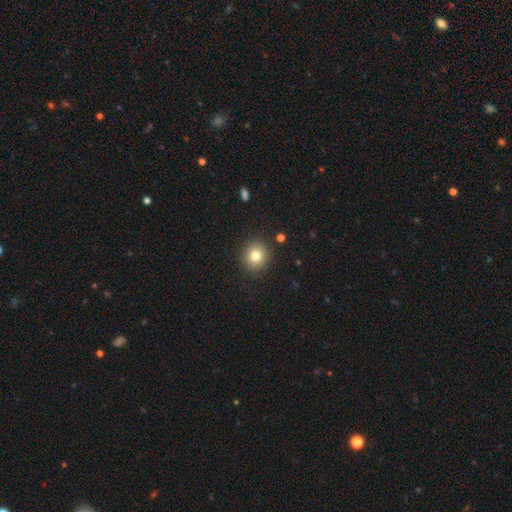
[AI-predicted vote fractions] smooth-or-featured: smooth: 80% | star or artifact: 11% | featured or disk: 9%
  how-rounded: round: 87% | in between: 12% | cigar-shaped: 1%
  merging: none: 90% | minor disturbance: 7% | major disturbance: 2% | merger: 1%